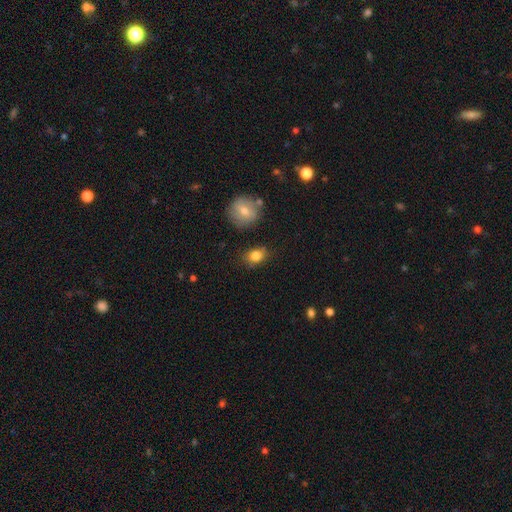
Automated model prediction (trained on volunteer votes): A smooth galaxy with no disk features (83%) that is in between round and cigar-shaped (69%). Merging: none (78%).